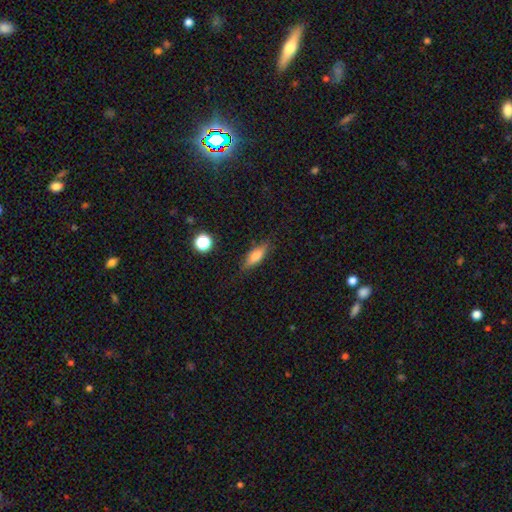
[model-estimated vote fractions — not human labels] A smooth galaxy with no disk features (71%) that is in between round and cigar-shaped (54%).

Vote fractions:
- Smooth or featured? smooth: 71% / featured or disk: 20% / star or artifact: 9%
- How rounded? in between: 54% / cigar-shaped: 42% / round: 4%
- Merging? none: 83% / minor disturbance: 13% / major disturbance: 3% / merger: 2%